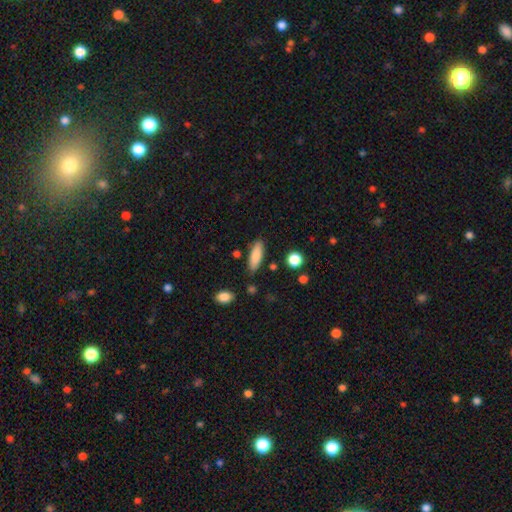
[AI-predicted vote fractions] This is clearly a smooth galaxy (84%). How rounded: possibly in between (56%). Merging: clearly none (83%).